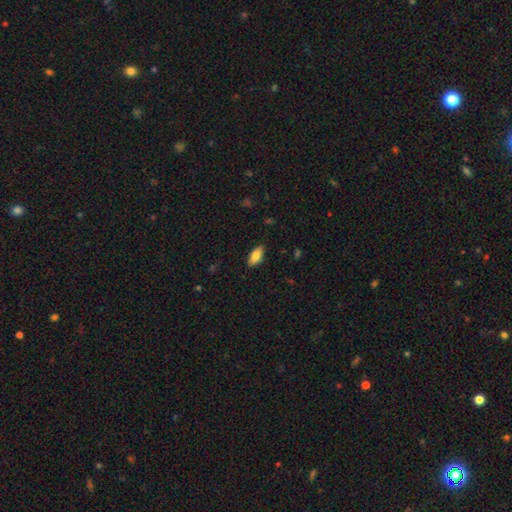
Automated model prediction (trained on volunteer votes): Overall: smooth (81%). How rounded: in between (86%). Merging: none (87%).